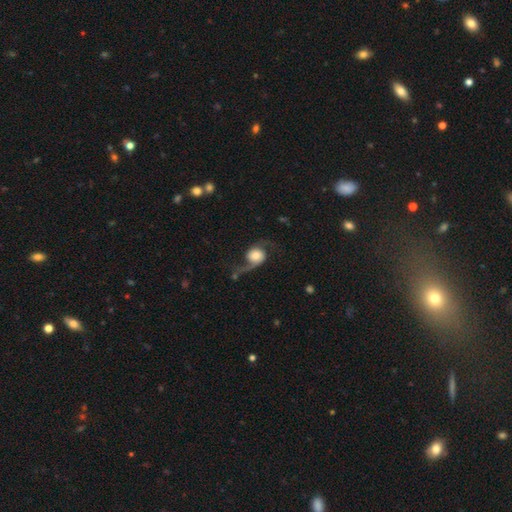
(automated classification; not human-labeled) This appears to be a featured or disk galaxy (72%) with no bar (69%), 2 (81%) loose (80%) spiral arms (94%) and a moderate central bulge (32%). Merging: none (53%).